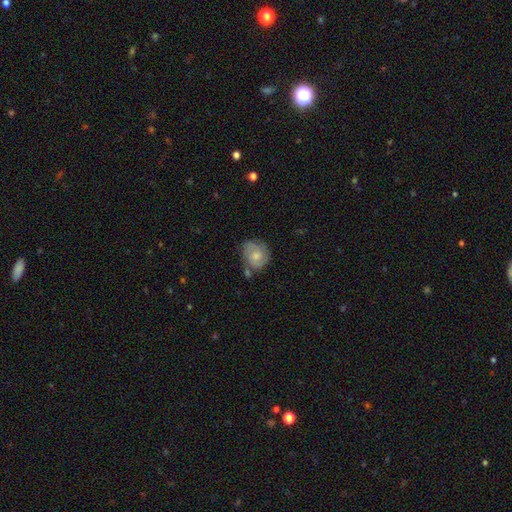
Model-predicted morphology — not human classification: smooth 48%, featured or disk 45%, star or artifact 7%. Down the decision tree: merging — none (56%).